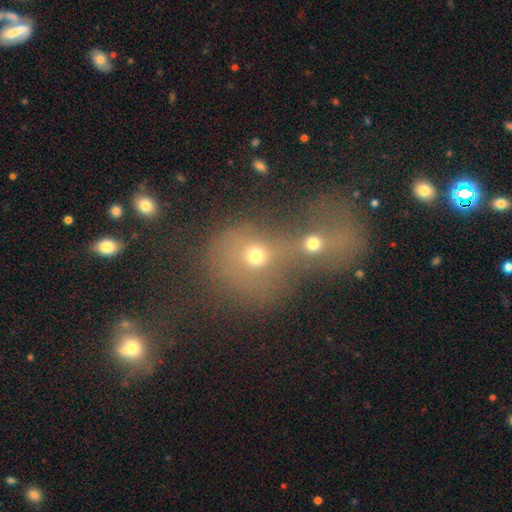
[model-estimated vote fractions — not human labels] smooth 65%, star or artifact 19%, featured or disk 15%. Down the decision tree: how rounded — round (75%); merging — merger (67%).